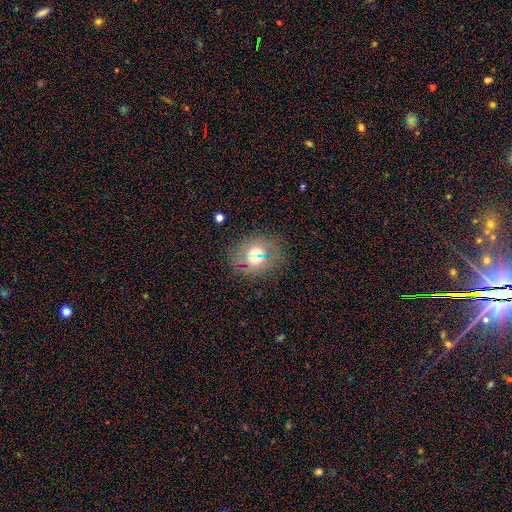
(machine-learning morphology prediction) smooth_or_featured: smooth (p=0.63) [alt: star or artifact p=0.19]
how_rounded: round (p=0.72) [alt: in between p=0.27]
merging: none (p=0.85) [alt: minor disturbance p=0.09]